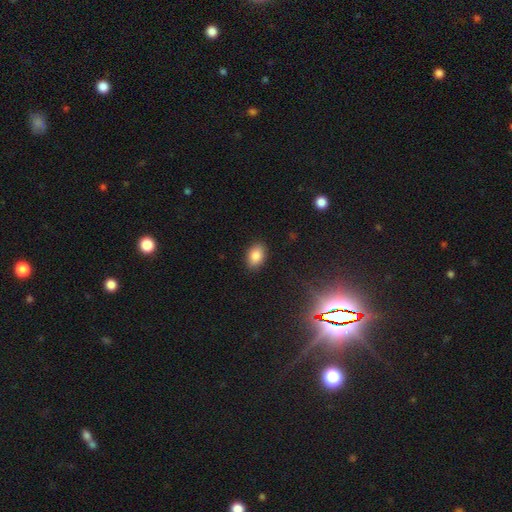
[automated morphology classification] Smooth or featured: smooth — 85% (star or artifact — 9%)
How rounded: in between — 87% (round — 12%)
Merging: none — 88% (minor disturbance — 9%)